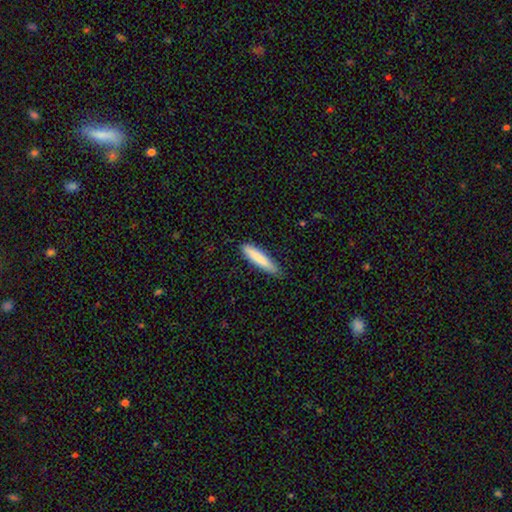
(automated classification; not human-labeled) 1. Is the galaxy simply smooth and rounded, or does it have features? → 83% smooth, 11% featured or disk, 6% star or artifact.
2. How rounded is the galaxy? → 89% cigar-shaped, 10% in between, 1% round.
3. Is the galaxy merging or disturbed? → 84% none, 13% minor disturbance, 2% major disturbance, 1% merger.